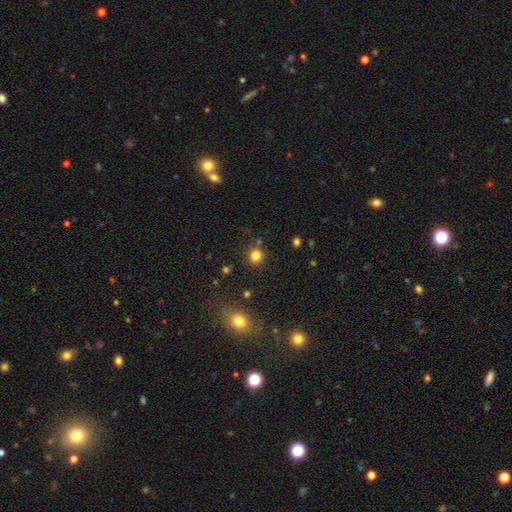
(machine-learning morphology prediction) smooth_or_featured: smooth (p=0.80) [alt: star or artifact p=0.14]
how_rounded: round (p=0.89) [alt: in between p=0.10]
merging: none (p=0.83) [alt: minor disturbance p=0.08]